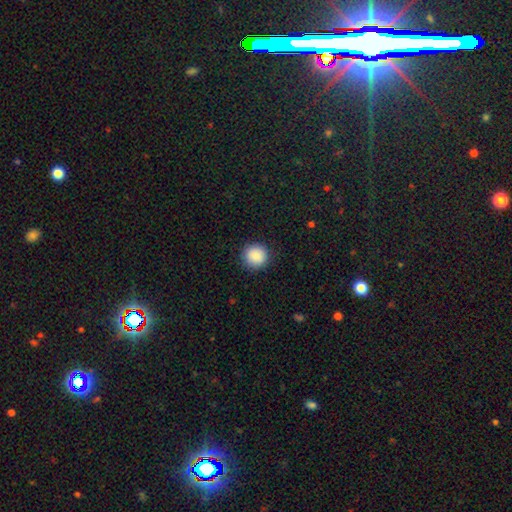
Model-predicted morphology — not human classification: A smooth galaxy with no disk features (89%) that is round (93%).

Vote fractions:
- Smooth or featured? smooth: 89% / star or artifact: 8% / featured or disk: 3%
- How rounded? round: 93% / in between: 6% / cigar-shaped: 1%
- Merging? none: 89% / minor disturbance: 7% / major disturbance: 2% / merger: 1%